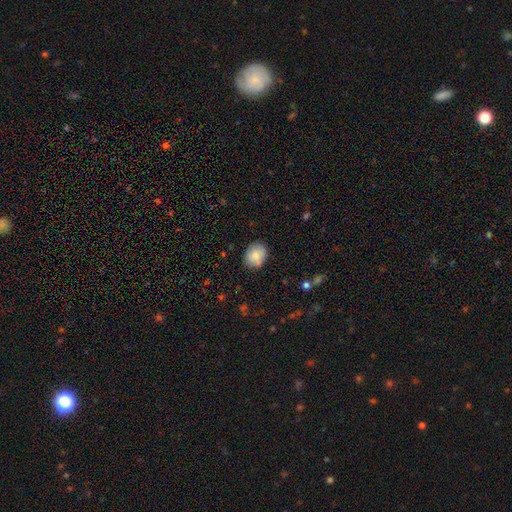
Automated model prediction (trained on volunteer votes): Q: Smooth or featured?
A: smooth (83%); runner-up: featured or disk (10%)
Q: How rounded?
A: round (54%); runner-up: in between (45%)
Q: Merging?
A: none (80%); runner-up: minor disturbance (14%)